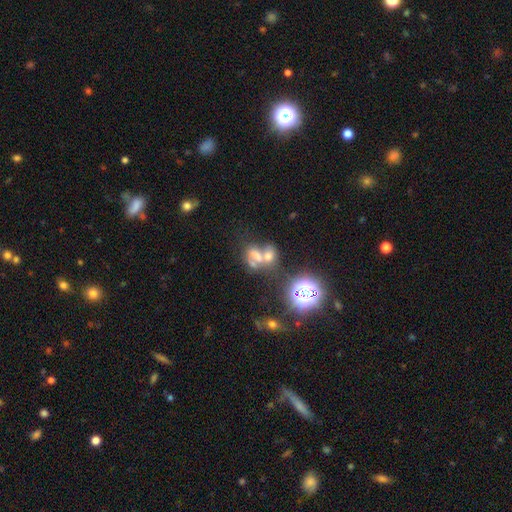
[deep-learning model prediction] Overall: smooth (48%; star or artifact 28%). Merging: merger (58%; none 23%).